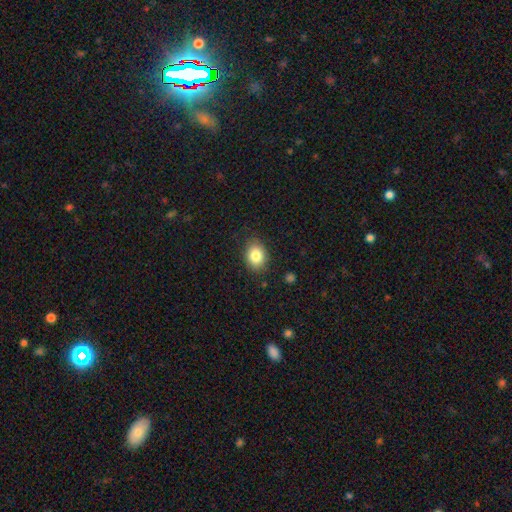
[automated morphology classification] A smooth galaxy with no disk features (83%) that is in between round and cigar-shaped (62%). Merging: none (83%).